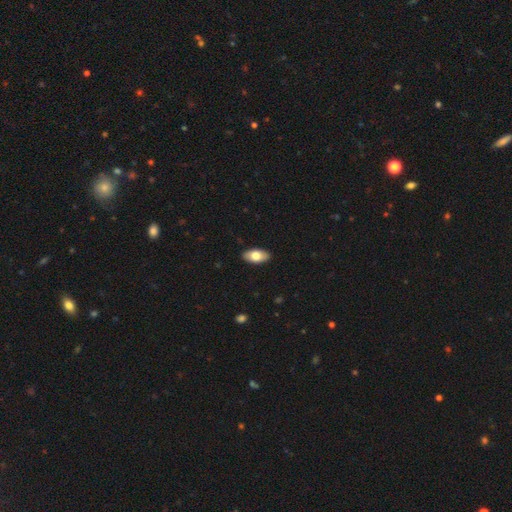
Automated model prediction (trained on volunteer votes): A smooth galaxy with no disk features (76%) that is in between round and cigar-shaped (93%).

Vote fractions:
- Smooth or featured? smooth: 76% / featured or disk: 18% / star or artifact: 6%
- How rounded? in between: 93% / cigar-shaped: 4% / round: 3%
- Merging? none: 89% / minor disturbance: 8% / major disturbance: 2% / merger: 1%